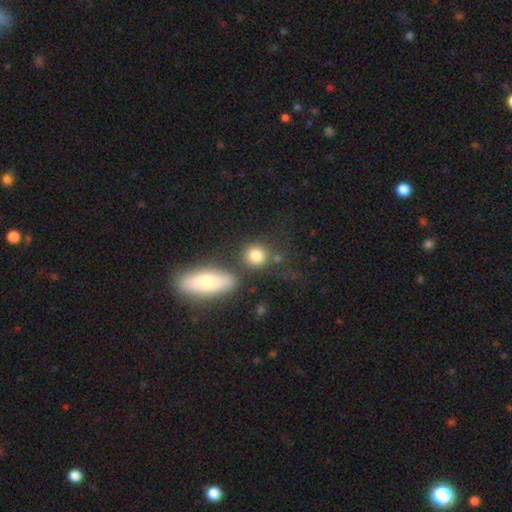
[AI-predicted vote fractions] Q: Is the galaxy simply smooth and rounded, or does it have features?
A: smooth — 81%.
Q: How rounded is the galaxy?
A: round — 77%.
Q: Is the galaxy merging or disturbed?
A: none — 67%.